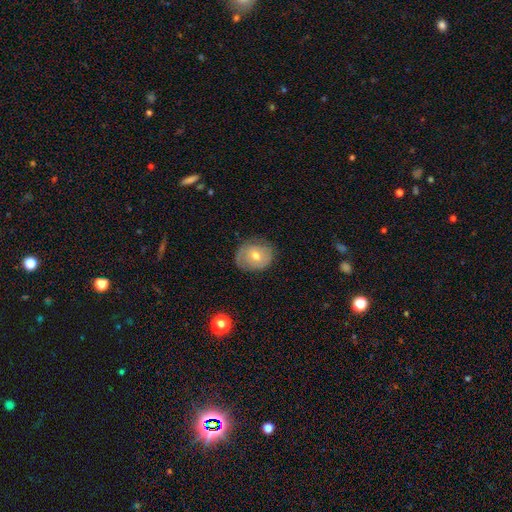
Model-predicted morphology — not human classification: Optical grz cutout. It shows a smooth galaxy with no disk features (49%). Merging: none (71%).